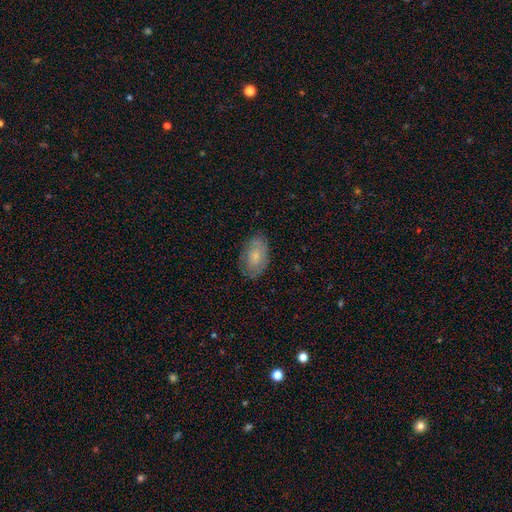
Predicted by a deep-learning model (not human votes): A smooth galaxy with no disk features (61%) that is in between round and cigar-shaped (91%).

Vote fractions:
- Smooth or featured? smooth: 61% / featured or disk: 32% / star or artifact: 7%
- How rounded? in between: 91% / round: 7% / cigar-shaped: 2%
- Merging? none: 77% / minor disturbance: 18% / major disturbance: 4% / merger: 1%